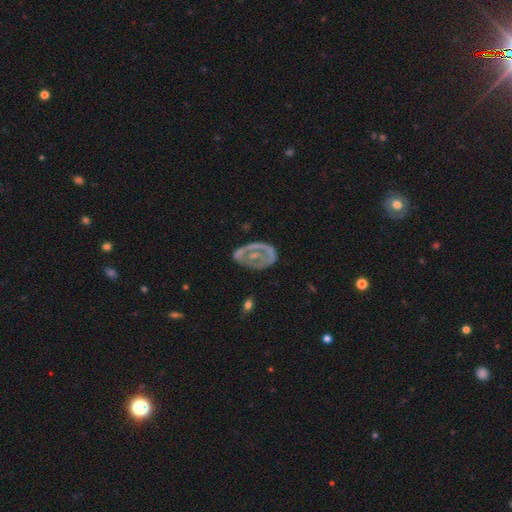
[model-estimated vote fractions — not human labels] The model was most divided on "bulge size": small: 42%, none: 29%, moderate: 25%, large: 3%, dominant: 2%. More confident: edge-on disk — no (94%); bar — no (79%); spiral arms — no (77%); smooth or featured — featured or disk (63%); merging — none (54%).